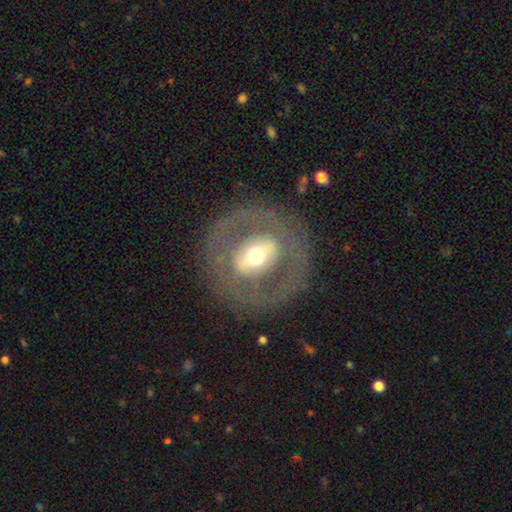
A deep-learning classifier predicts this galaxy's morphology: This appears to be a featured or disk galaxy (68%) with a strong bar (46%), no spiral arms (79%) and a moderate central bulge (61%). Merging: none (78%).